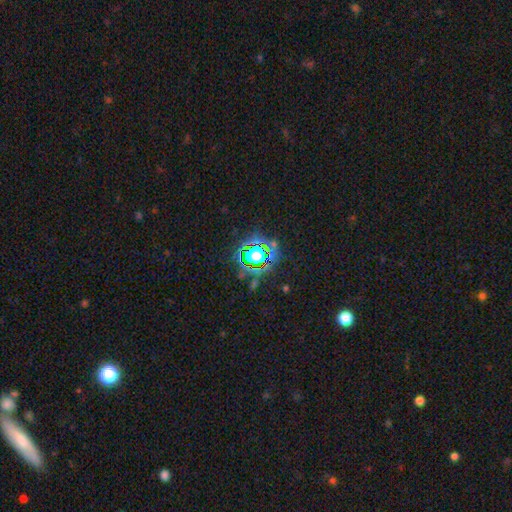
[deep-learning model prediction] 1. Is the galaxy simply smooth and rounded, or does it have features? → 62% star or artifact, 25% smooth, 13% featured or disk.